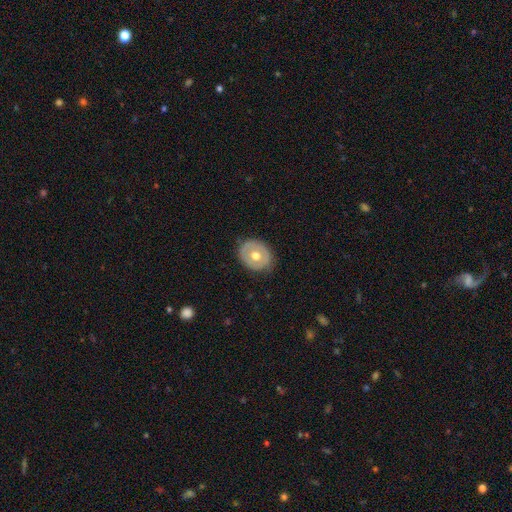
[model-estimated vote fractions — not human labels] Smooth or featured?
  - smooth: 48% *
  - featured or disk: 46%
  - star or artifact: 6%
Merging?
  - none: 83% *
  - minor disturbance: 13%
  - major disturbance: 3%
  - merger: 1%